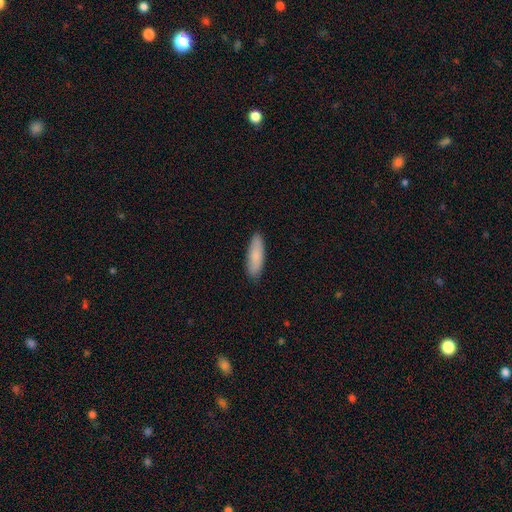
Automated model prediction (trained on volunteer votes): smooth 85%, featured or disk 9%, star or artifact 6%. Down the decision tree: how rounded — cigar-shaped (50%); merging — none (88%).